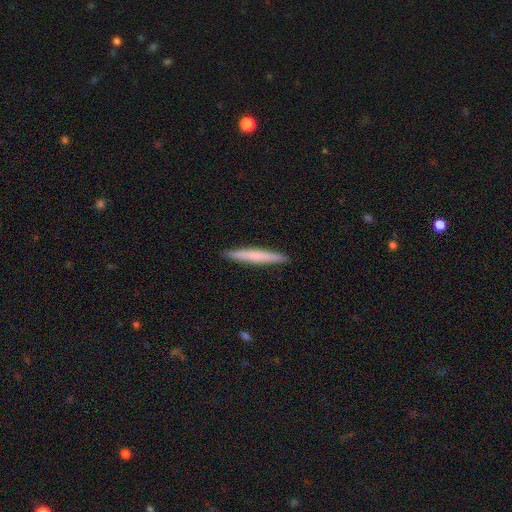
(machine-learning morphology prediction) type=smooth (68%); roundness=cigar-shaped (96%); merging=none (92%).